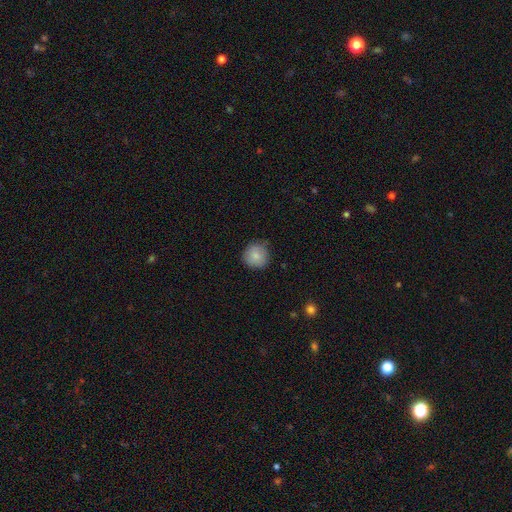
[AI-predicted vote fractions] Smooth or featured: smooth — 85% (star or artifact — 8%)
How rounded: round — 92% (in between — 7%)
Merging: none — 79% (minor disturbance — 17%)